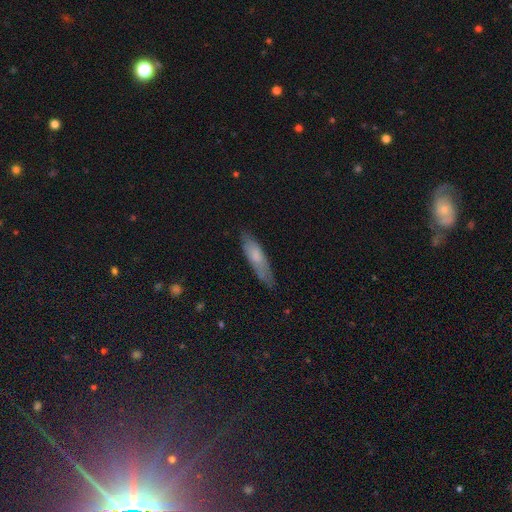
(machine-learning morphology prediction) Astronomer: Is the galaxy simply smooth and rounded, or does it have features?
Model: smooth — 65%.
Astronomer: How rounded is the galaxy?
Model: cigar-shaped — 65%.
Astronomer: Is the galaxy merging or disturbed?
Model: none — 74%.